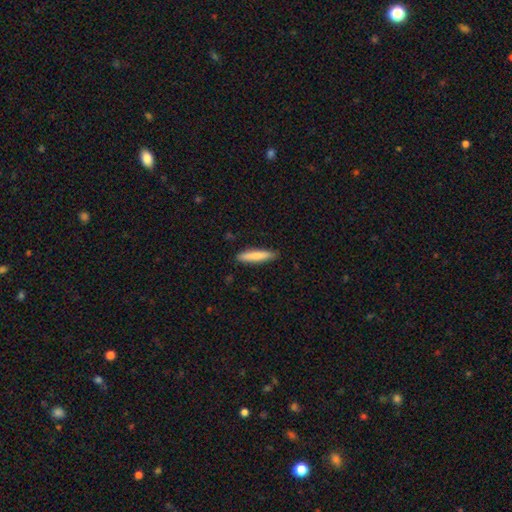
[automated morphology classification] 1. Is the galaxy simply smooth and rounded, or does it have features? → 80% smooth, 14% featured or disk, 5% star or artifact.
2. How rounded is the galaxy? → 87% cigar-shaped, 12% in between, 1% round.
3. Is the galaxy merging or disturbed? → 88% none, 9% minor disturbance, 2% major disturbance, 1% merger.